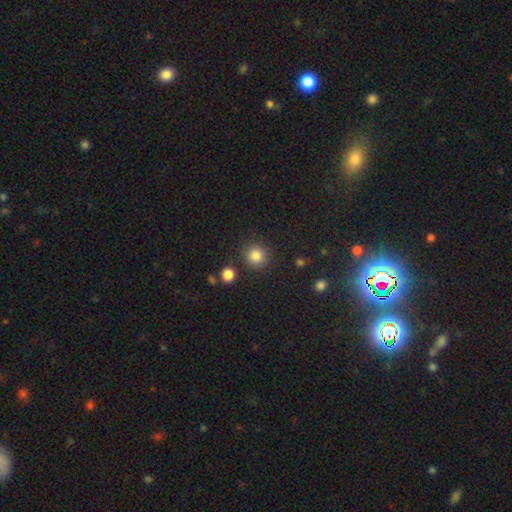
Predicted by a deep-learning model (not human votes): Smooth or featured? smooth (84%)
How rounded? round (93%)
Merging? none (87%)